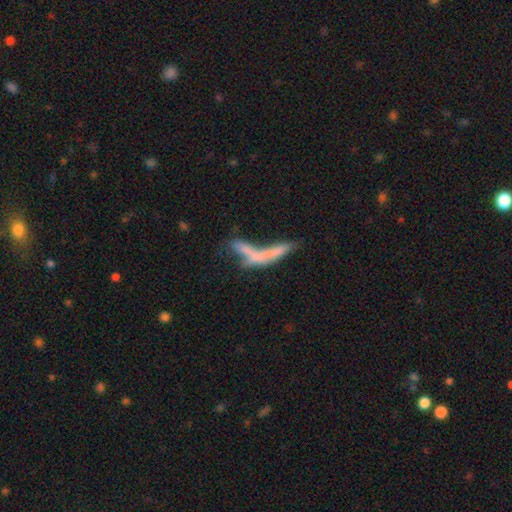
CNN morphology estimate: A smooth galaxy with no disk features (50%) that is cigar-shaped (79%). Merging: merger (46%).